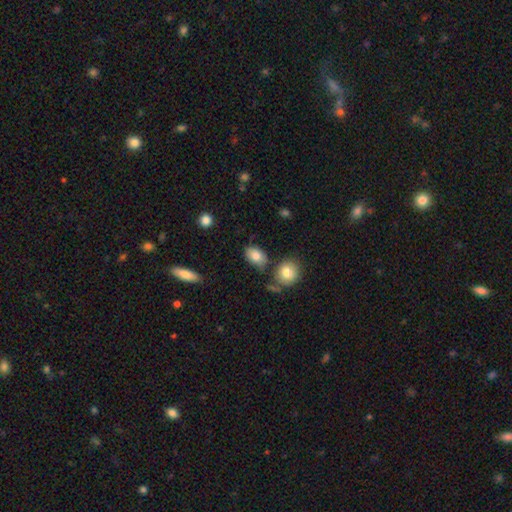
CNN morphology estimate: type=smooth (83%); roundness=in between (85%); merging=none (69%).